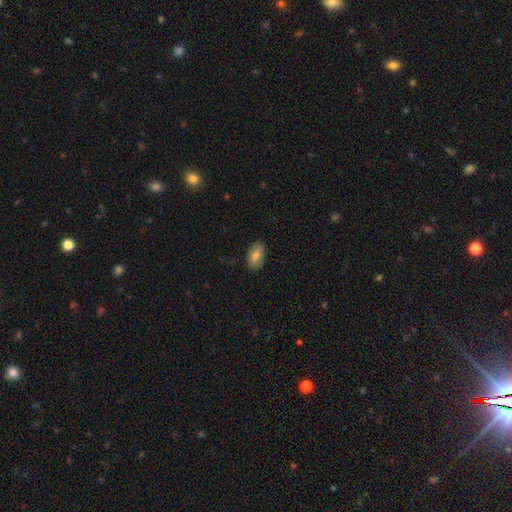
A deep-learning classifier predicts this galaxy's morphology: This is likely a smooth galaxy (79%). How rounded: clearly in between (93%). Merging: clearly none (84%).